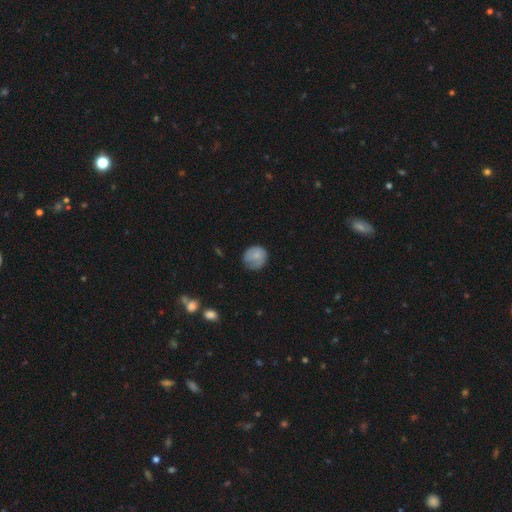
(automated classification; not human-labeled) A smooth galaxy with no disk features (77%) that is round (84%). Merging: none (63%).